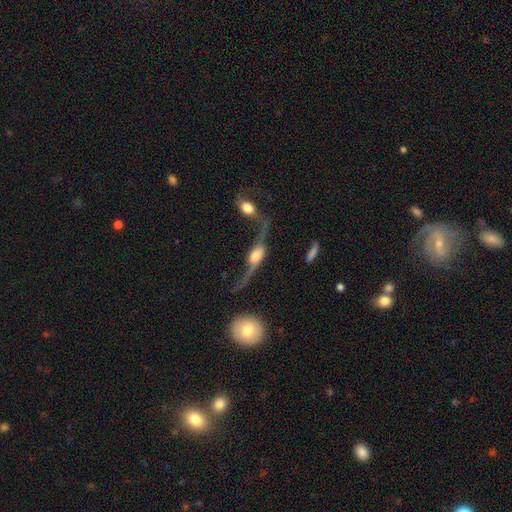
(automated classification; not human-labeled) This is likely a featured or disk galaxy (73%). It is possibly not viewed edge-on (54%). Merging: marginally merger (40%).